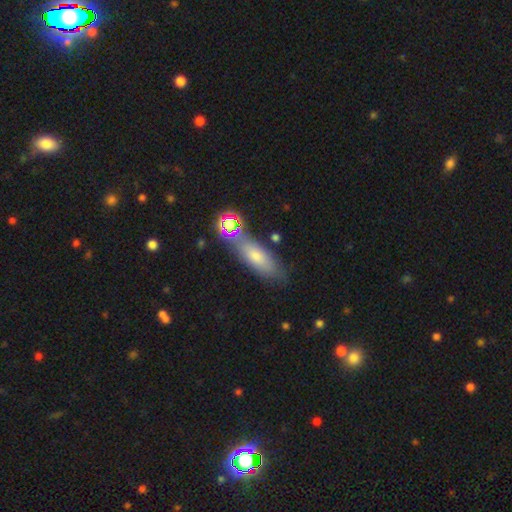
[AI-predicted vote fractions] The model was most divided on "how rounded": in between: 60%, cigar-shaped: 35%, round: 5%. More confident: merging — none (73%); smooth or featured — smooth (64%).